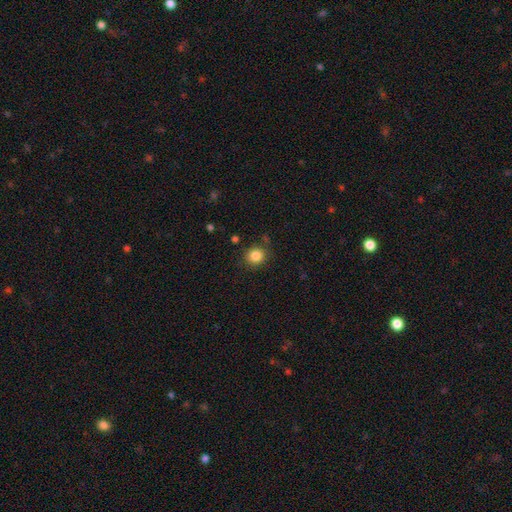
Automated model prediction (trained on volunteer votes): A smooth galaxy with no disk features (85%) that is round (85%).

Vote fractions:
- Smooth or featured? smooth: 85% / star or artifact: 11% / featured or disk: 5%
- How rounded? round: 85% / in between: 15% / cigar-shaped: 1%
- Merging? none: 84% / minor disturbance: 10% / major disturbance: 3% / merger: 3%